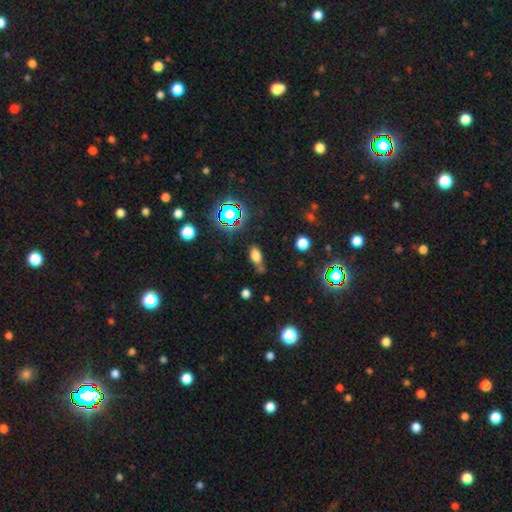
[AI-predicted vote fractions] Q: Smooth or featured?
A: smooth (71%); runner-up: star or artifact (19%)
Q: How rounded?
A: in between (83%); runner-up: round (11%)
Q: Merging?
A: none (58%); runner-up: minor disturbance (20%)